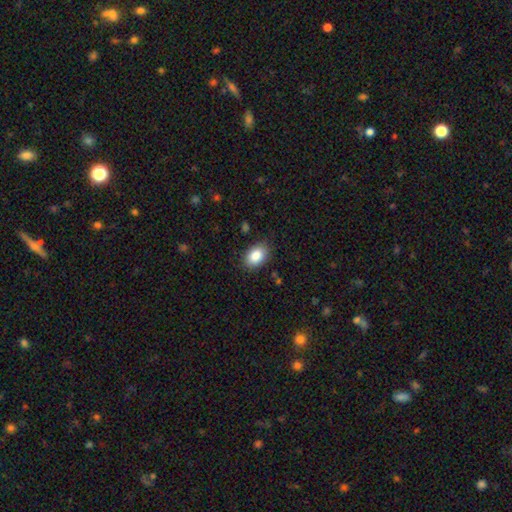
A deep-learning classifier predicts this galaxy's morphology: This is clearly a smooth galaxy (87%). How rounded: clearly in between (85%). Merging: clearly none (85%).